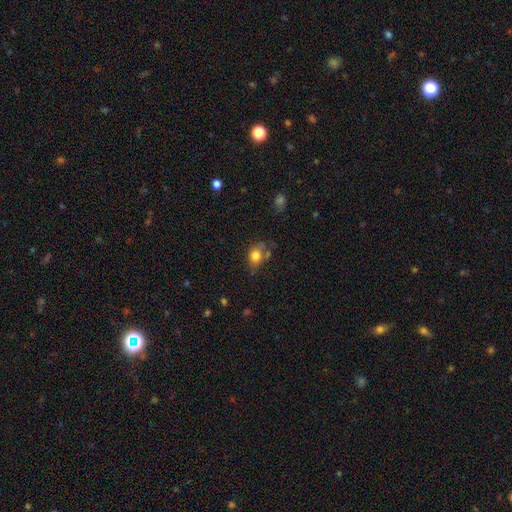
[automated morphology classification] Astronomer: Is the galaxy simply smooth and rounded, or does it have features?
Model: smooth — 76%.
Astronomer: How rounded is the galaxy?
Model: in between — 52% (runner-up: round, 46%).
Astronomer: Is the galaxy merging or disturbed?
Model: none — 44% (runner-up: minor disturbance, 29%).